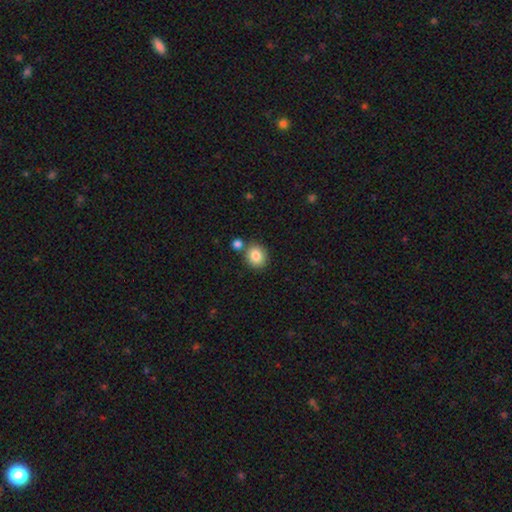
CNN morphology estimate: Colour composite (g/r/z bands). It shows a smooth galaxy with no disk features (85%) that is round (75%). Merging: none (71%).